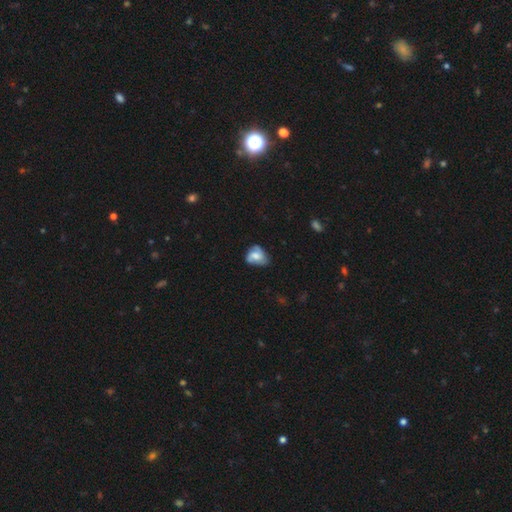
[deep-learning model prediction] This is possibly a smooth galaxy (50%). How rounded: likely in between (64%). Merging: marginally none (44%).